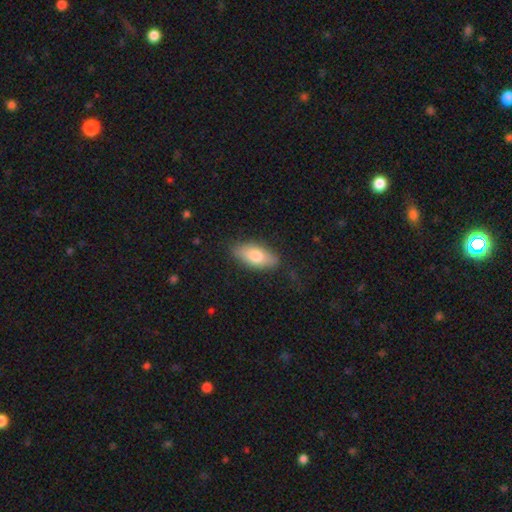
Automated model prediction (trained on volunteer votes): Smooth or featured: smooth — 76% (featured or disk — 18%)
How rounded: in between — 85% (cigar-shaped — 12%)
Merging: none — 80% (minor disturbance — 15%)